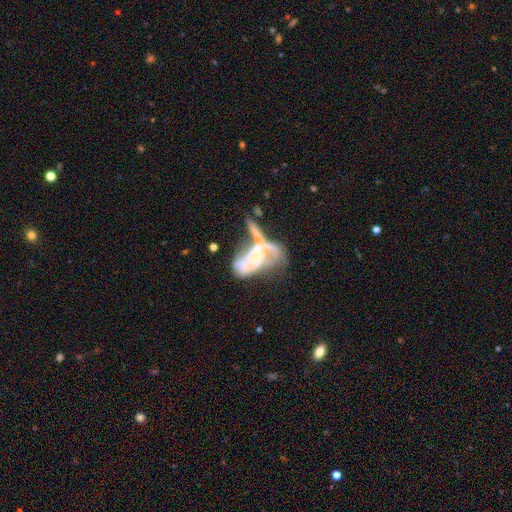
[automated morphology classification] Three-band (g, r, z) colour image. It shows a featured or disk galaxy (76%) with no bar (65%), 2 (52%) medium (39%) spiral arms (77%) and a small central bulge (53%). Merging: merger (47%).